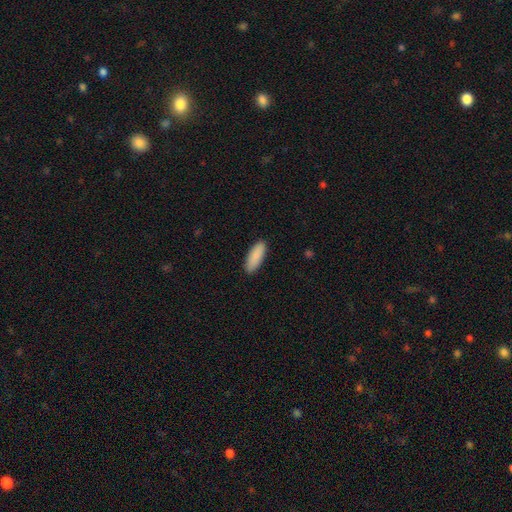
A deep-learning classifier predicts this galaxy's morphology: Q: Smooth or featured?
A: smooth (90%); runner-up: star or artifact (6%)
Q: How rounded?
A: in between (66%); runner-up: cigar-shaped (32%)
Q: Merging?
A: none (89%); runner-up: minor disturbance (8%)